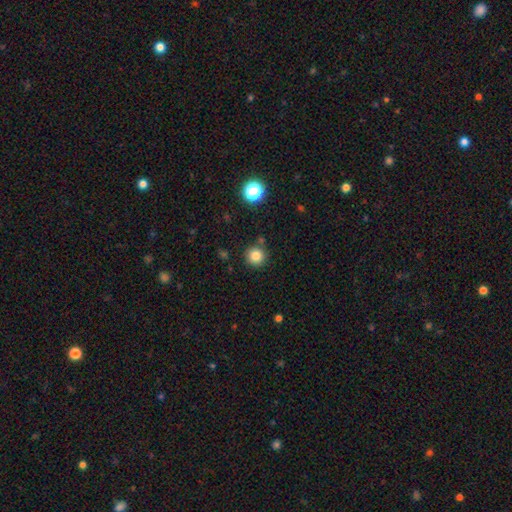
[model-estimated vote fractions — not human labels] Smooth or featured? Predicted: smooth (p=0.83). How rounded? Predicted: round (p=0.94). Merging? Predicted: none (p=0.85).